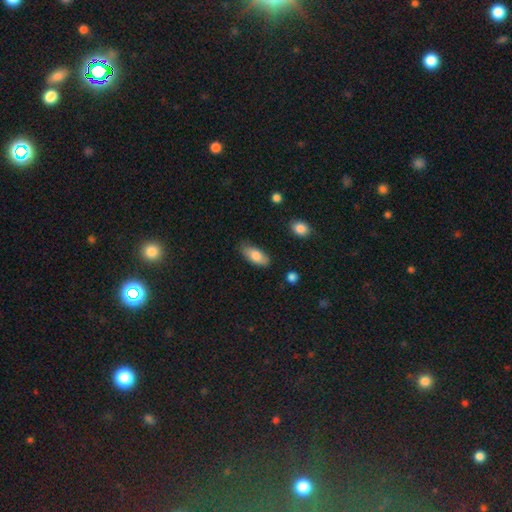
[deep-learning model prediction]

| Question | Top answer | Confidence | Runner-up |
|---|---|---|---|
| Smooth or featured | smooth | 80% | featured or disk (13%) |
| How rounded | in between | 88% | cigar-shaped (10%) |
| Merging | none | 80% | minor disturbance (16%) |